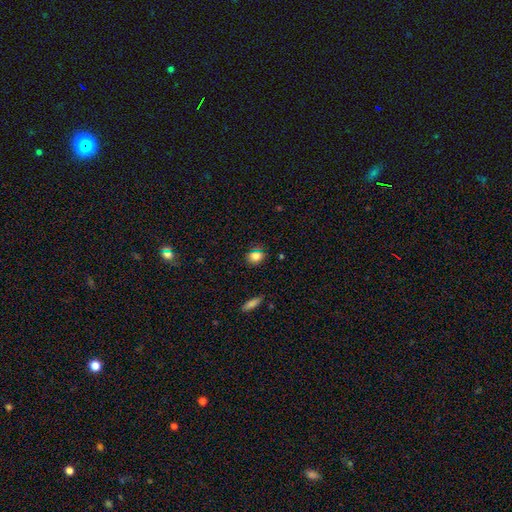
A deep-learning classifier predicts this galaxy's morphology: Smooth or featured?
  - smooth: 79% *
  - star or artifact: 15%
  - featured or disk: 6%
How rounded?
  - round: 64% *
  - in between: 34%
  - cigar-shaped: 2%
Merging?
  - none: 84% *
  - minor disturbance: 12%
  - major disturbance: 3%
  - merger: 2%